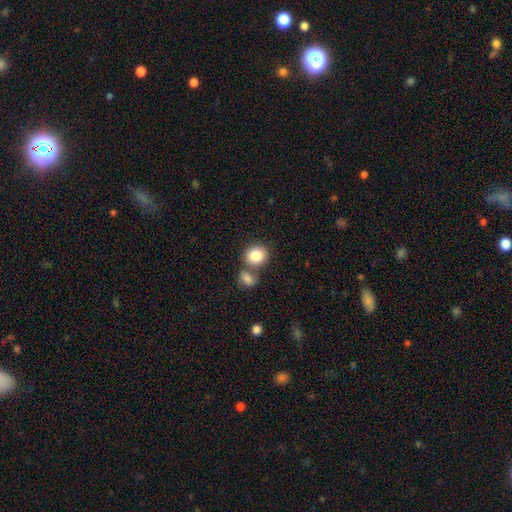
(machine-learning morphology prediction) Smooth or featured: smooth — 85% (star or artifact — 8%)
How rounded: round — 72% (in between — 27%)
Merging: none — 54% (merger — 33%)